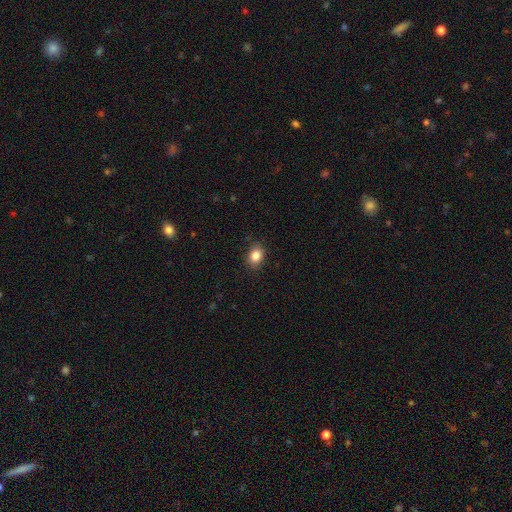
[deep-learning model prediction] smooth-or-featured: smooth: 86% | star or artifact: 9% | featured or disk: 5%
  how-rounded: in between: 63% | round: 36% | cigar-shaped: 1%
  merging: none: 84% | minor disturbance: 12% | major disturbance: 3% | merger: 1%